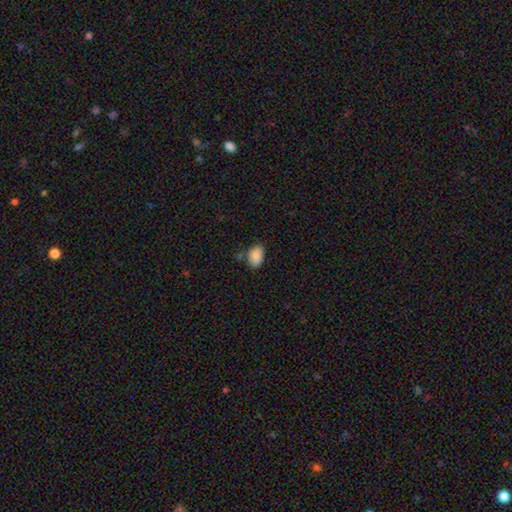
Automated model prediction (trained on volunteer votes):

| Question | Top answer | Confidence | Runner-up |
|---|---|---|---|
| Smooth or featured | smooth | 89% | star or artifact (8%) |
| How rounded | in between | 89% | round (10%) |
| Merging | none | 70% | minor disturbance (20%) |